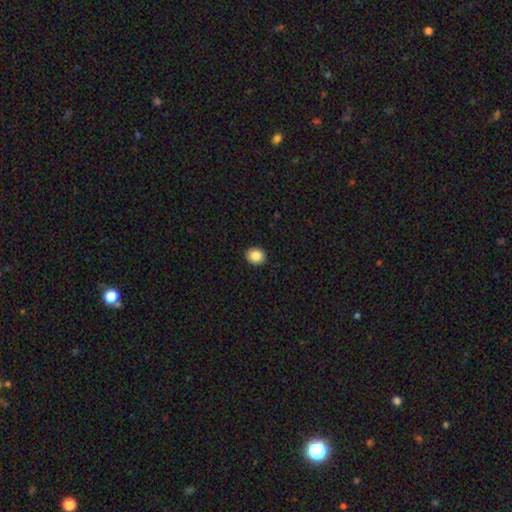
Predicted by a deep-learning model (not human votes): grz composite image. It shows a smooth galaxy with no disk features (85%) that is round (72%). Merging: none (92%).